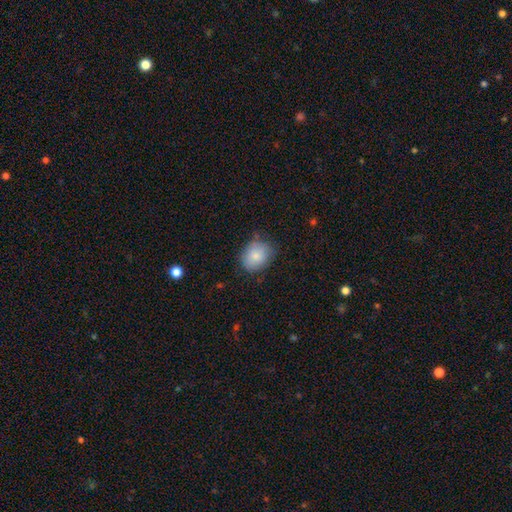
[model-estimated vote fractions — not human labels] Morphology: type=smooth (84%); roundness=in between (56%); merging=none (75%).